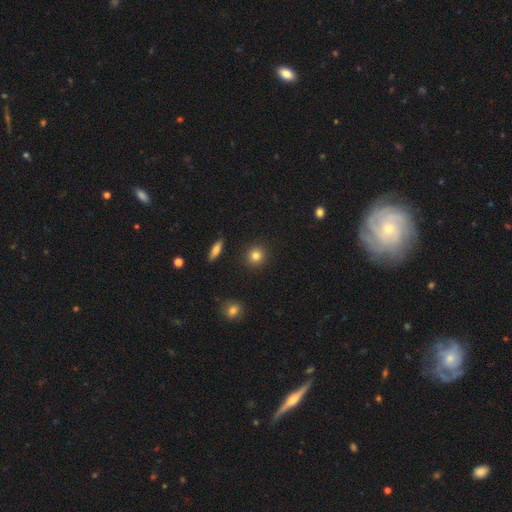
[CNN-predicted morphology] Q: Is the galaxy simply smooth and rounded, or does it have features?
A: smooth — 82%.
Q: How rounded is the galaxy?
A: round — 92%.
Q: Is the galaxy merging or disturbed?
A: none — 92%.